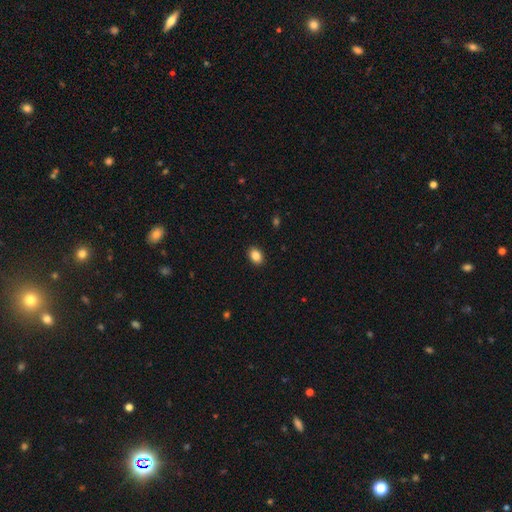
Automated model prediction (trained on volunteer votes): Morphology: type=smooth (87%); roundness=in between (70%); merging=none (91%).